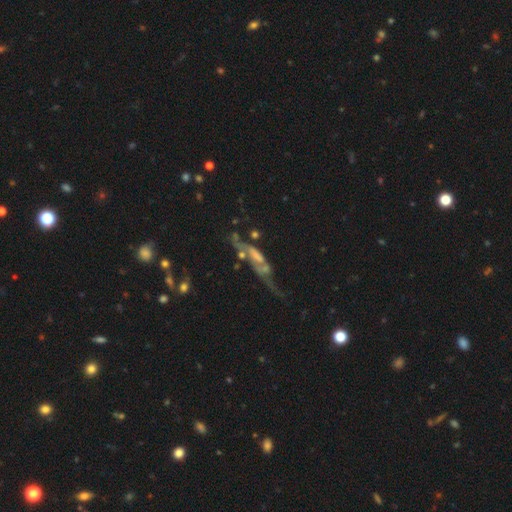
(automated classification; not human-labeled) Morphology: type=featured or disk (66%); edge-on=no (64%); merging=none (34%).